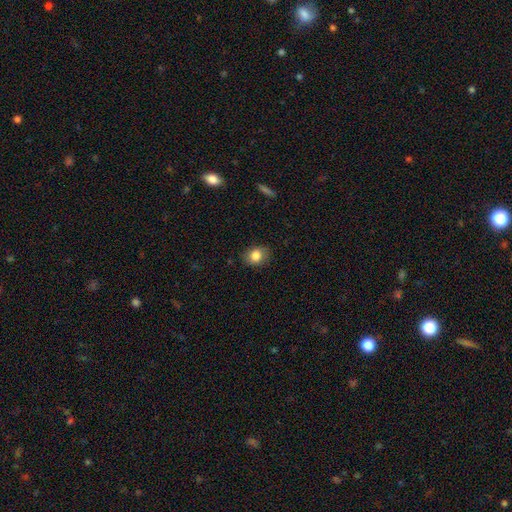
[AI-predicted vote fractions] A smooth galaxy with no disk features (83%) that is in between round and cigar-shaped (52%). Merging: none (82%).